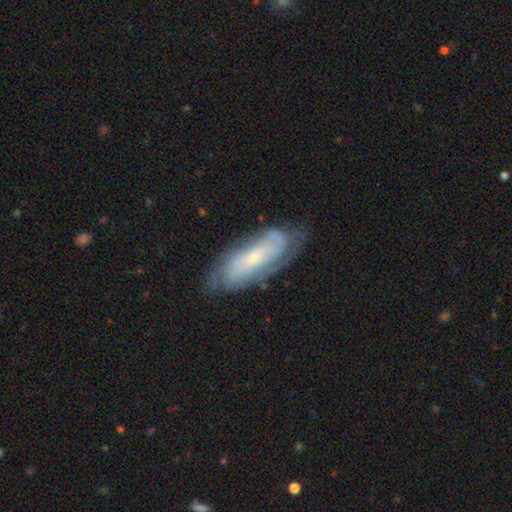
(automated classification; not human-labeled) This is likely a featured or disk galaxy (69%). It is clearly not viewed edge-on (85%). Bar: likely no (66%). Spiral arm pattern: clearly yes (87%). Spiral arm count: possibly can't tell (47%). Spiral winding: possibly tight (58%). Central bulge: likely small (64%). Merging: likely none (69%).